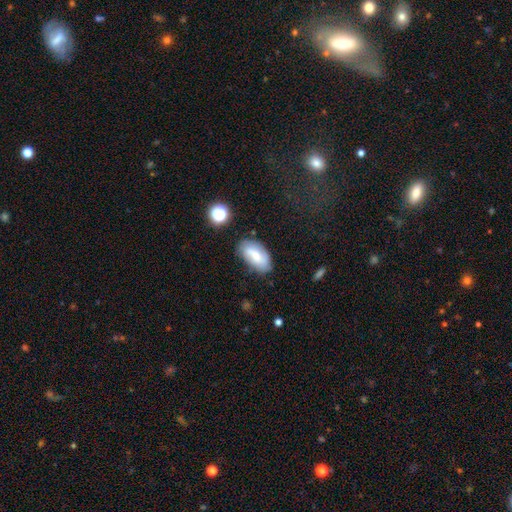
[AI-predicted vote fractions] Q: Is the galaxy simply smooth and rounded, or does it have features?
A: smooth — 58%.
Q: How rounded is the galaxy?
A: in between — 92%.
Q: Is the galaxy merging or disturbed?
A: none — 69%.